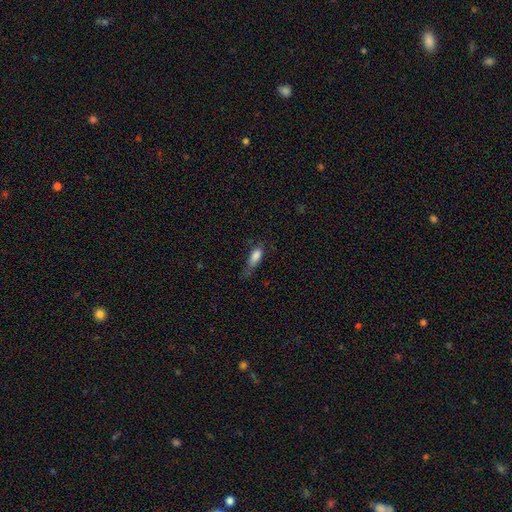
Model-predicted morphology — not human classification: Overall: smooth (80%). How rounded: in between (68%; cigar-shaped 29%). Merging: none (42%; minor disturbance 35%).